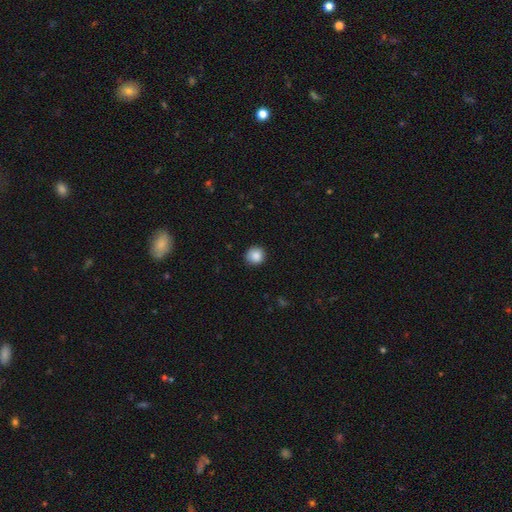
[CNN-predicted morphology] This is clearly a smooth galaxy (88%). How rounded: clearly round (93%). Merging: clearly none (88%).